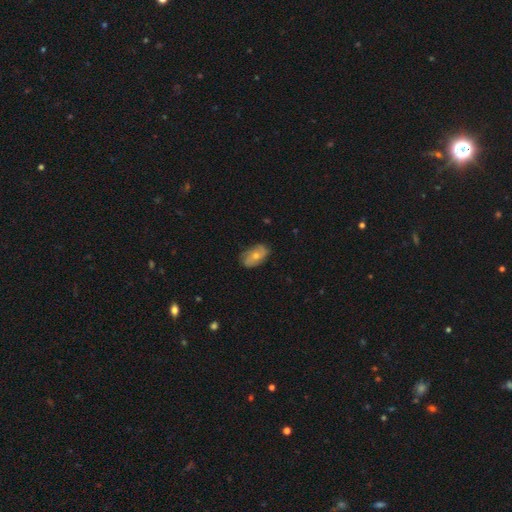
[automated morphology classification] A featured or disk galaxy (47%).

Vote fractions:
- Smooth or featured? featured or disk: 47% / smooth: 46% / star or artifact: 7%
- Merging? none: 75% / minor disturbance: 20% / major disturbance: 4% / merger: 1%